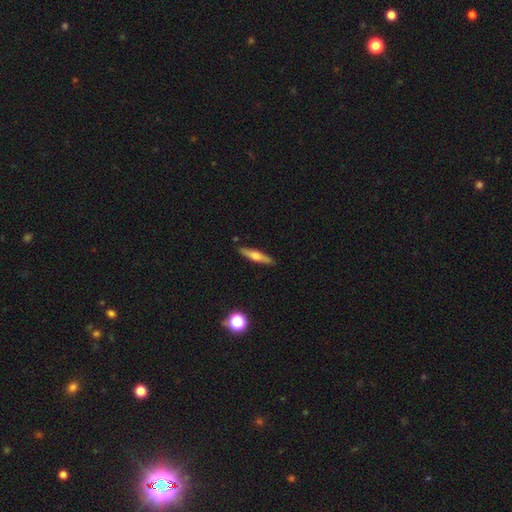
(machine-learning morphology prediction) type=smooth (49%); merging=none (89%).